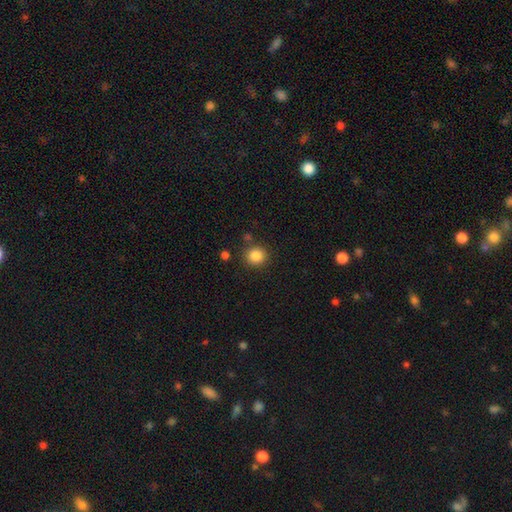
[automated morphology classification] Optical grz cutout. It shows a smooth galaxy with no disk features (85%) that is round (89%). Merging: none (85%).